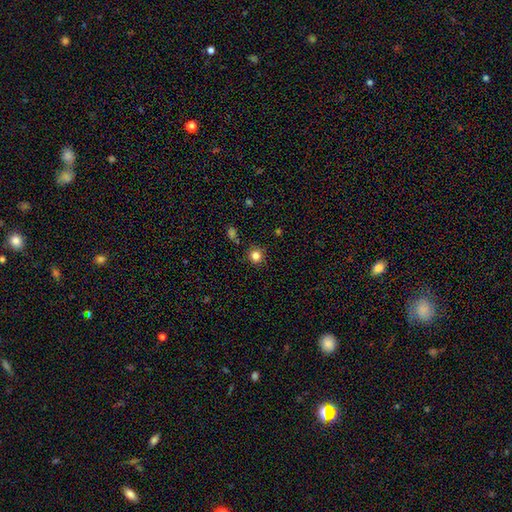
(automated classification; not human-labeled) Q: Smooth or featured?
A: smooth (82%); runner-up: star or artifact (13%)
Q: How rounded?
A: round (92%); runner-up: in between (8%)
Q: Merging?
A: none (88%); runner-up: minor disturbance (8%)